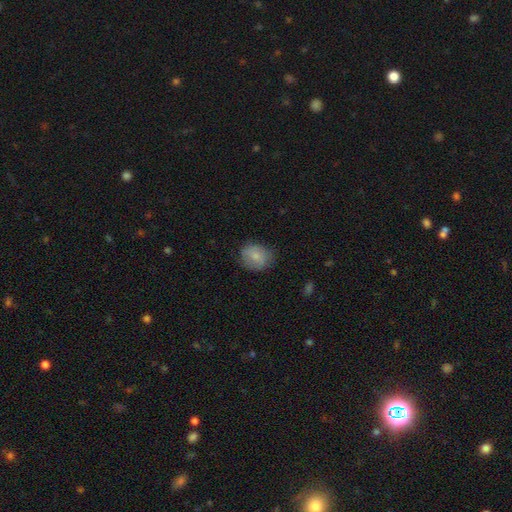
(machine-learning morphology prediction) A smooth galaxy with no disk features (79%) that is in between round and cigar-shaped (51%).

Vote fractions:
- Smooth or featured? smooth: 79% / featured or disk: 13% / star or artifact: 7%
- How rounded? in between: 51% / round: 48% / cigar-shaped: 1%
- Merging? none: 73% / minor disturbance: 20% / major disturbance: 5% / merger: 1%